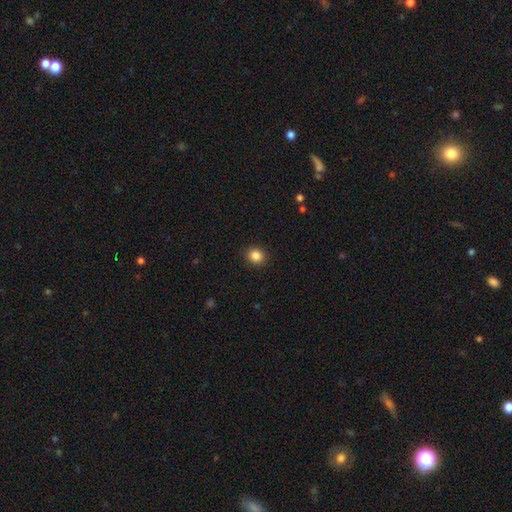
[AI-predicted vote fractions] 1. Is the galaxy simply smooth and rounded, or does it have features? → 87% smooth, 10% star or artifact, 3% featured or disk.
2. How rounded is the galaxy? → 73% round, 26% in between, 1% cigar-shaped.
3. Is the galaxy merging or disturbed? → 90% none, 7% minor disturbance, 2% major disturbance, 1% merger.